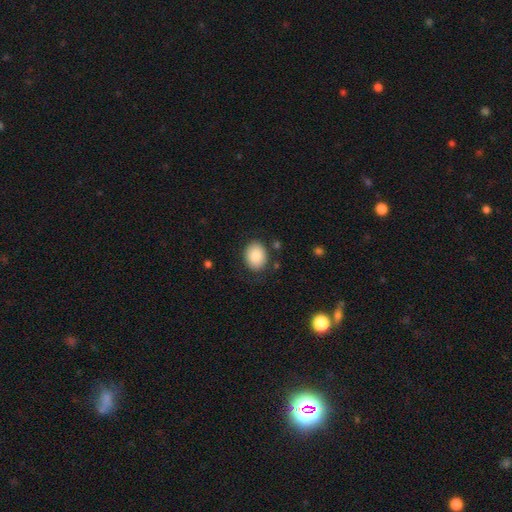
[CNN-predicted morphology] Q: Smooth or featured?
A: smooth (85%); runner-up: featured or disk (8%)
Q: How rounded?
A: in between (56%); runner-up: round (43%)
Q: Merging?
A: none (84%); runner-up: minor disturbance (11%)